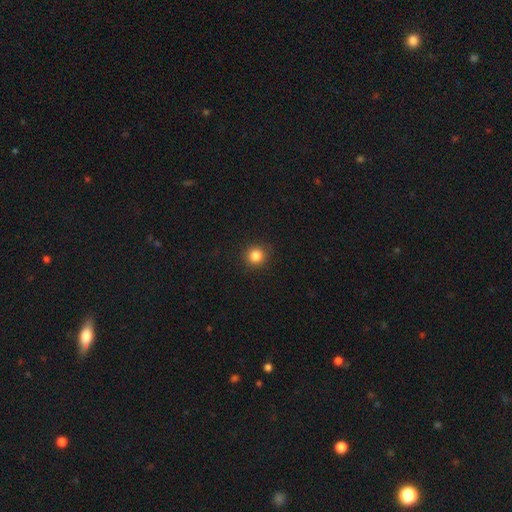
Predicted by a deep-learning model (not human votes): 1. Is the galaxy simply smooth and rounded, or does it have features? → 84% smooth, 12% star or artifact, 4% featured or disk.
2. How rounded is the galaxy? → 94% round, 5% in between, 1% cigar-shaped.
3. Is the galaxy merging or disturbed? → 92% none, 5% minor disturbance, 2% major disturbance, 1% merger.